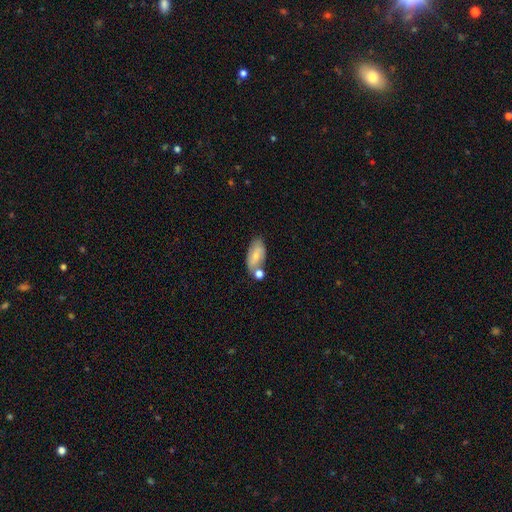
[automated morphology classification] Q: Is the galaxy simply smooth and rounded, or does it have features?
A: smooth — 62%.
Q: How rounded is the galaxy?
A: in between — 91%.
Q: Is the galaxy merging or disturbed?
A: none — 51%.